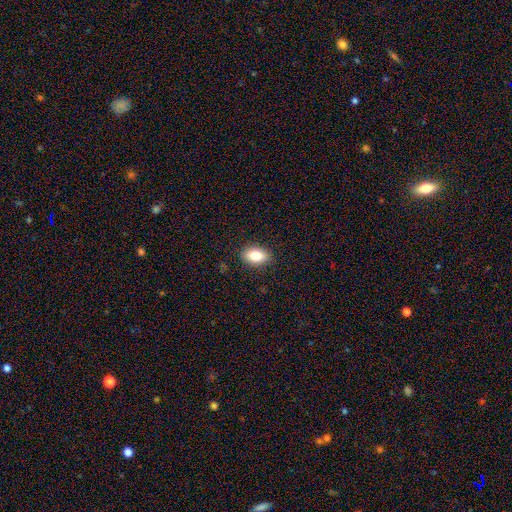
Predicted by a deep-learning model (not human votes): A smooth galaxy with no disk features (82%) that is in between round and cigar-shaped (88%).

Vote fractions:
- Smooth or featured? smooth: 82% / featured or disk: 10% / star or artifact: 8%
- How rounded? in between: 88% / round: 10% / cigar-shaped: 2%
- Merging? none: 89% / minor disturbance: 8% / major disturbance: 2% / merger: 1%